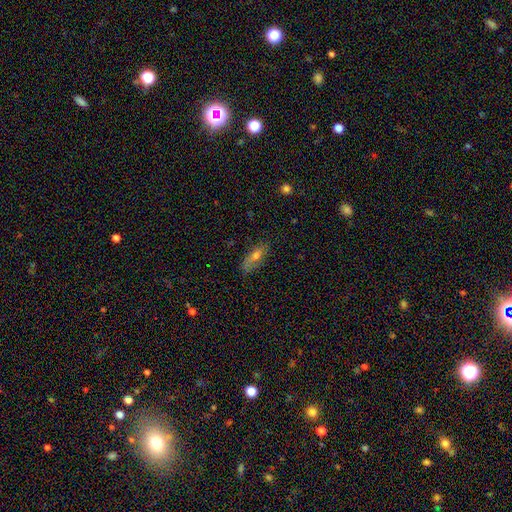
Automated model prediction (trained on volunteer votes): smooth_or_featured: smooth (p=0.60) [alt: featured or disk p=0.29]
how_rounded: in between (p=0.61) [alt: cigar-shaped p=0.35]
merging: none (p=0.73) [alt: minor disturbance p=0.20]